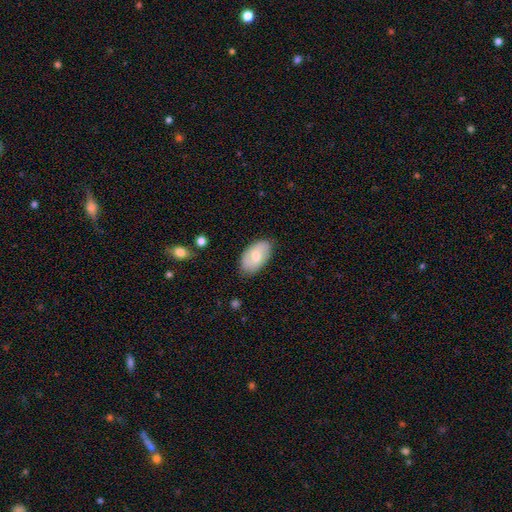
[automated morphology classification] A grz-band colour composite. It shows a smooth galaxy with no disk features (63%) that is in between round and cigar-shaped (94%). Merging: none (82%).